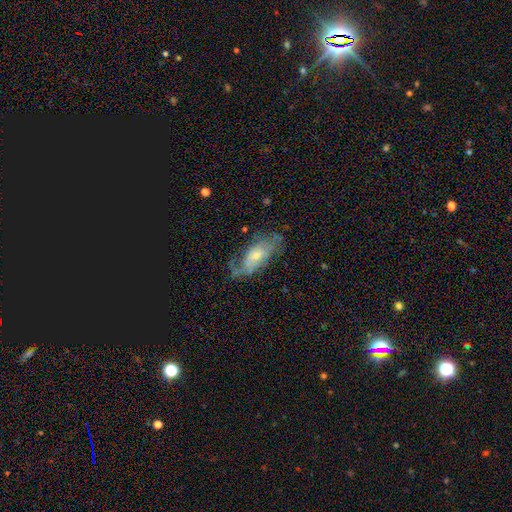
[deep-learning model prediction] Smooth or featured? Predicted: featured or disk (p=0.56). Edge-on disk? Predicted: no (p=0.88). Merging? Predicted: none (p=0.47).